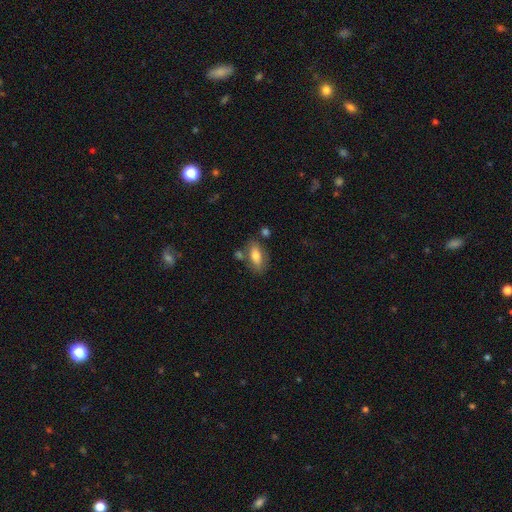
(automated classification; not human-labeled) smooth_or_featured: smooth (p=0.71) [alt: featured or disk p=0.21]
how_rounded: in between (p=0.83) [alt: cigar-shaped p=0.13]
merging: none (p=0.69) [alt: minor disturbance p=0.15]